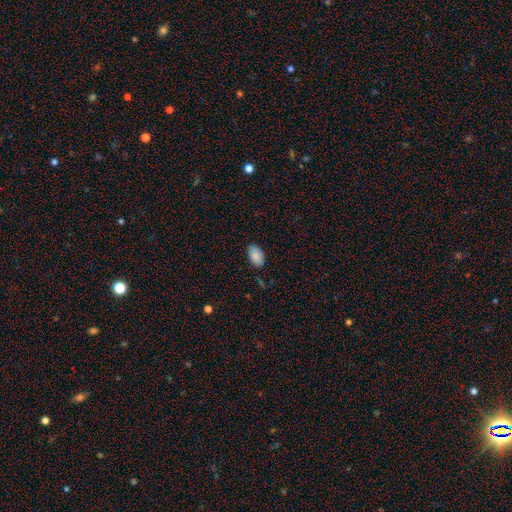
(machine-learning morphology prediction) smooth-or-featured: smooth: 87% | star or artifact: 7% | featured or disk: 6%
  how-rounded: in between: 93% | round: 5% | cigar-shaped: 1%
  merging: none: 83% | minor disturbance: 13% | major disturbance: 2% | merger: 1%